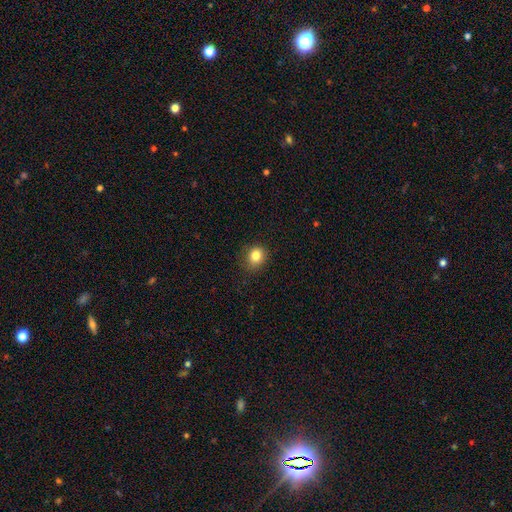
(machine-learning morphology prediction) Overall: smooth (83%). How rounded: round (73%). Merging: none (84%).